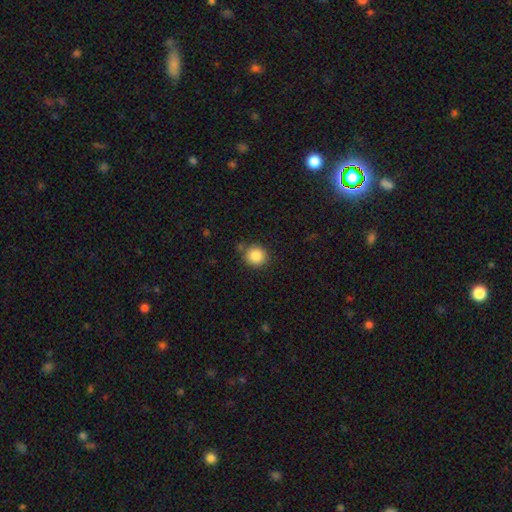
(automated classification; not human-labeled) smooth-or-featured: smooth: 86% | star or artifact: 9% | featured or disk: 5%
  how-rounded: round: 89% | in between: 10% | cigar-shaped: 1%
  merging: none: 81% | minor disturbance: 11% | merger: 5% | major disturbance: 3%